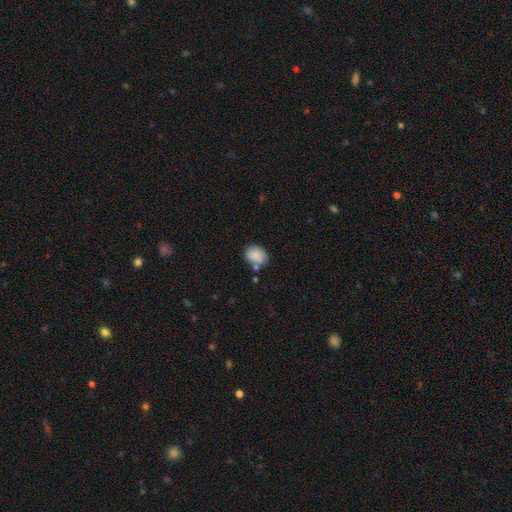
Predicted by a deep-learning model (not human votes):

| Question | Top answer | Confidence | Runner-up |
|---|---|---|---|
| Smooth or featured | smooth | 85% | star or artifact (8%) |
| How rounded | in between | 52% | round (47%) |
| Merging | none | 62% | minor disturbance (20%) |